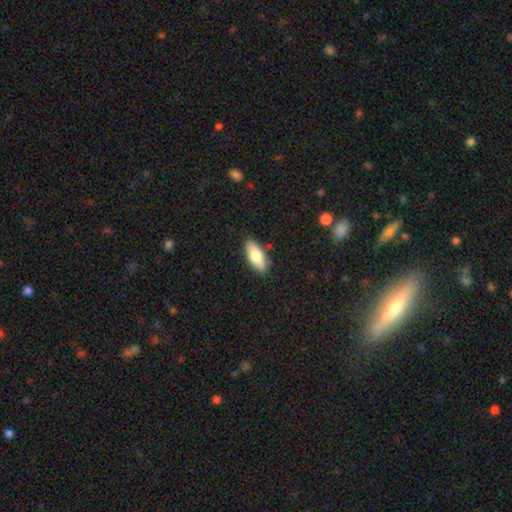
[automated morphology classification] Overall: smooth (77%). How rounded: in between (79%). Merging: none (85%).